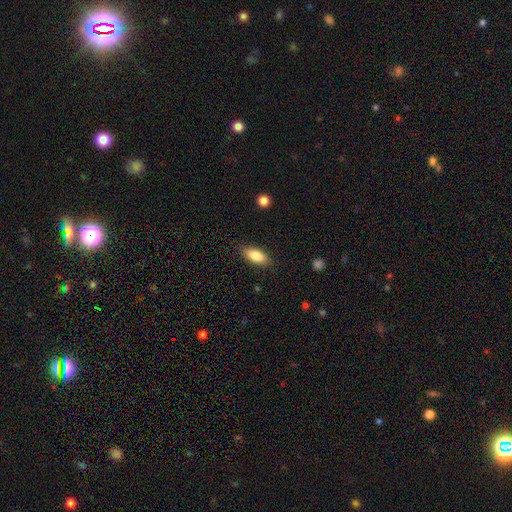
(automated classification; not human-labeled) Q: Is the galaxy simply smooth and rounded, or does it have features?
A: smooth — 81%.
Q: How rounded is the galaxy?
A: in between — 76%.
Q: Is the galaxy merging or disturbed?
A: none — 86%.